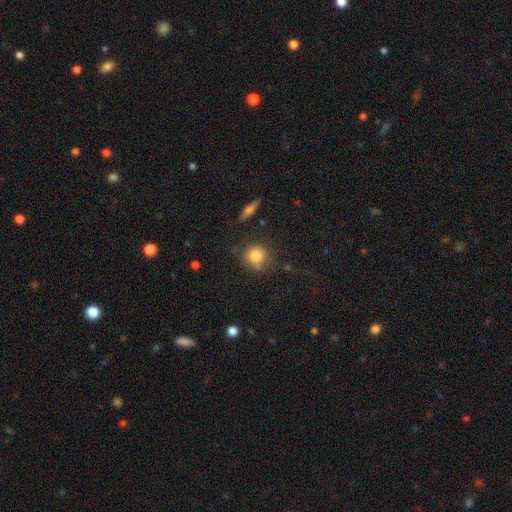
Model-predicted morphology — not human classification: Smooth or featured? Predicted: smooth (p=0.81). How rounded? Predicted: round (p=0.86). Merging? Predicted: none (p=0.69).